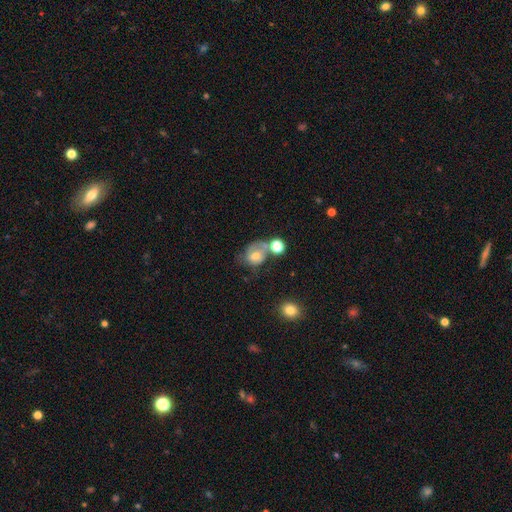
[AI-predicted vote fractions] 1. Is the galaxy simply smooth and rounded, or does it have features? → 60% smooth, 28% featured or disk, 12% star or artifact.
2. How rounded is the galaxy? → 53% round, 46% in between, 1% cigar-shaped.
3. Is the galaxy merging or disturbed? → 33% none, 29% merger, 21% minor disturbance, 16% major disturbance.